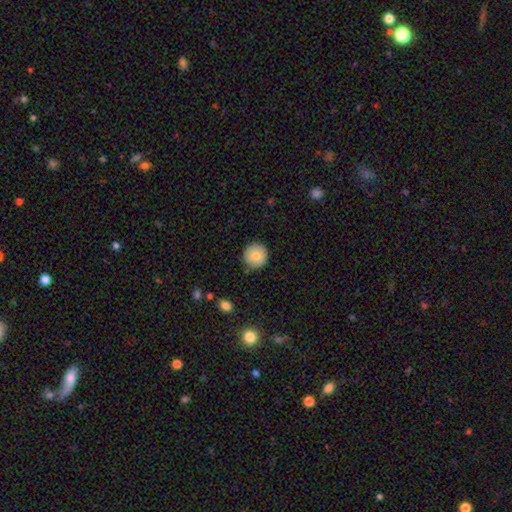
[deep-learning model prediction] smooth_or_featured: smooth (p=0.77) [alt: featured or disk p=0.15]
how_rounded: round (p=0.95) [alt: in between p=0.04]
merging: none (p=0.86) [alt: minor disturbance p=0.10]